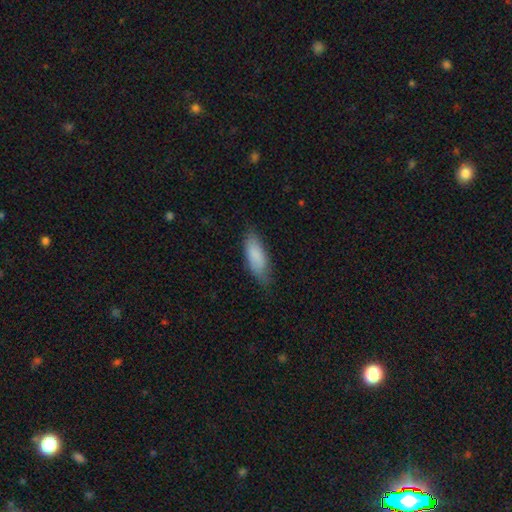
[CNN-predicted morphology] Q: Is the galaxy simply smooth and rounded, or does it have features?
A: smooth — 84%.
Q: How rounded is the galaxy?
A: in between — 69%.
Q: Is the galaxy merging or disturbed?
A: none — 72%.